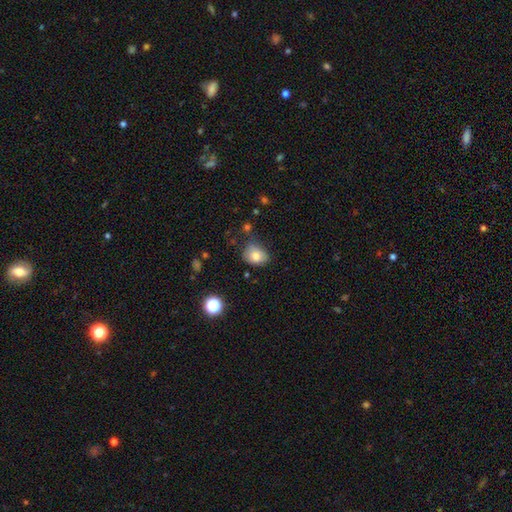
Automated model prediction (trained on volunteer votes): Smooth or featured? smooth (79%)
How rounded? in between (54%)
Merging? none (61%)